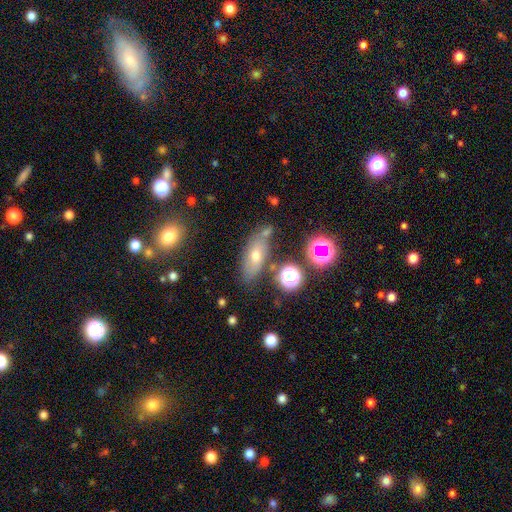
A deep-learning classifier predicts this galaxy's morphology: The model was most divided on "smooth or featured": smooth: 59%, featured or disk: 26%, star or artifact: 15%. More confident: how rounded — in between (72%); merging — none (70%).